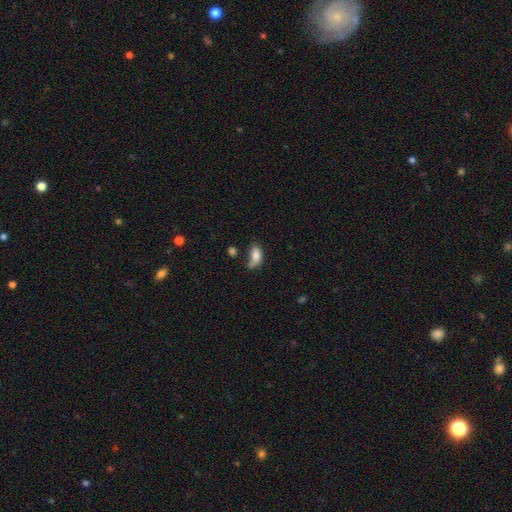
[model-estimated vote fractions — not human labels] Smooth or featured?
  - smooth: 79% *
  - featured or disk: 12%
  - star or artifact: 9%
How rounded?
  - in between: 88% *
  - round: 6%
  - cigar-shaped: 6%
Merging?
  - none: 36% *
  - minor disturbance: 26%
  - merger: 21%
  - major disturbance: 16%